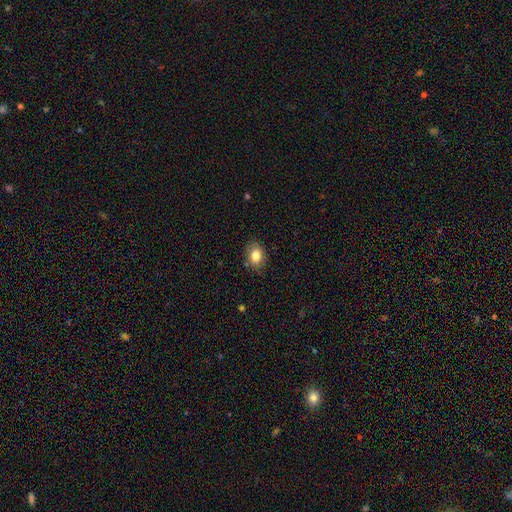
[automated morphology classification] Smooth or featured? Predicted: smooth (p=0.83). How rounded? Predicted: in between (p=0.66). Merging? Predicted: none (p=0.82).